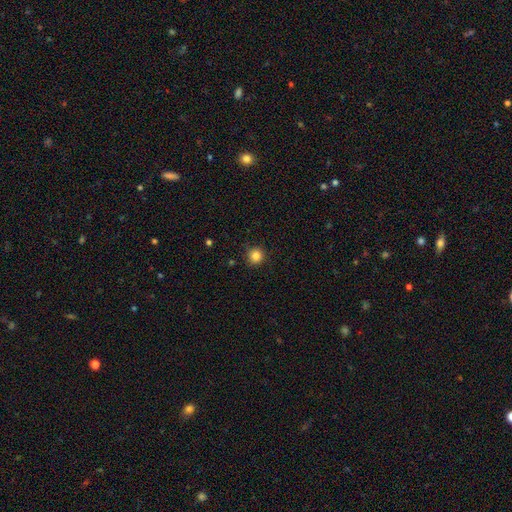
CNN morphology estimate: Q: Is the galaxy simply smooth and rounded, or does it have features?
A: smooth — 84%.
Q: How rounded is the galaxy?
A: round — 94%.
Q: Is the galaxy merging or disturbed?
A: none — 88%.